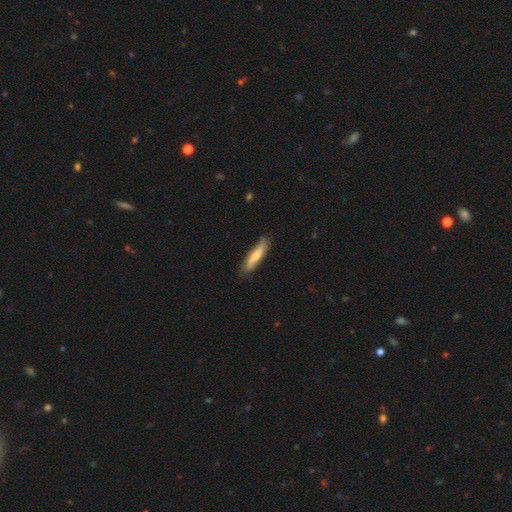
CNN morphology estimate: This is likely a smooth galaxy (62%). How rounded: likely cigar-shaped (78%). Merging: likely none (78%).